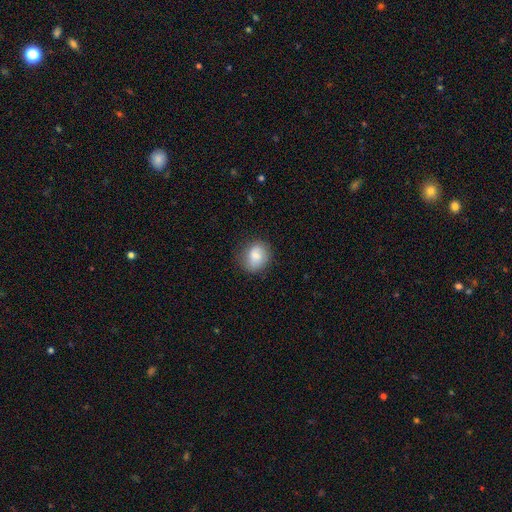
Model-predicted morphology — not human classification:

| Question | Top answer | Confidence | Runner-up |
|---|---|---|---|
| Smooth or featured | smooth | 79% | featured or disk (14%) |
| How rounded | round | 58% | in between (41%) |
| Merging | none | 73% | minor disturbance (20%) |